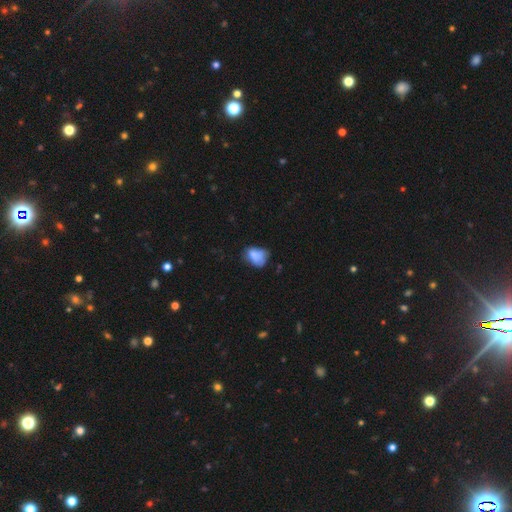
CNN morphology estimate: smooth_or_featured: smooth (p=0.75) [alt: featured or disk p=0.15]
how_rounded: in between (p=0.70) [alt: round p=0.29]
merging: none (p=0.39) [alt: minor disturbance p=0.37]